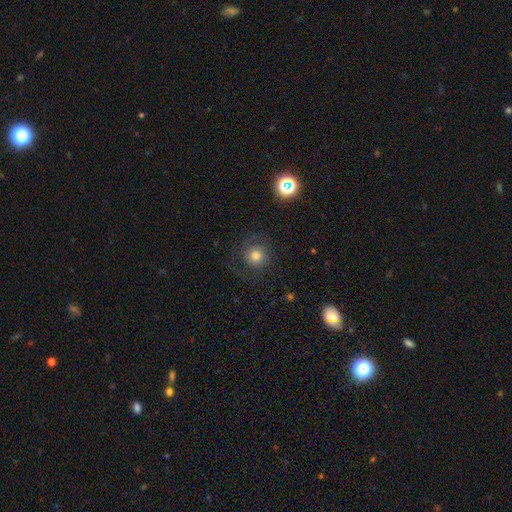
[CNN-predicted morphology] Q: Smooth or featured?
A: smooth (71%); runner-up: featured or disk (16%)
Q: How rounded?
A: round (92%); runner-up: in between (7%)
Q: Merging?
A: none (75%); runner-up: minor disturbance (13%)